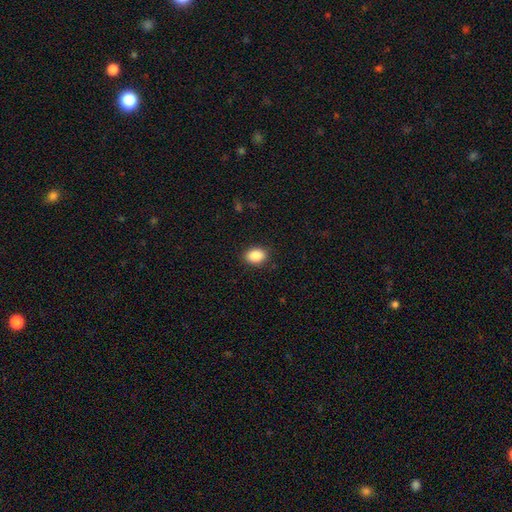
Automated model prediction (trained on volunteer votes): A smooth galaxy with no disk features (89%) that is in between round and cigar-shaped (73%).

Vote fractions:
- Smooth or featured? smooth: 89% / star or artifact: 8% / featured or disk: 3%
- How rounded? in between: 73% / round: 26% / cigar-shaped: 1%
- Merging? none: 89% / minor disturbance: 8% / major disturbance: 2% / merger: 1%